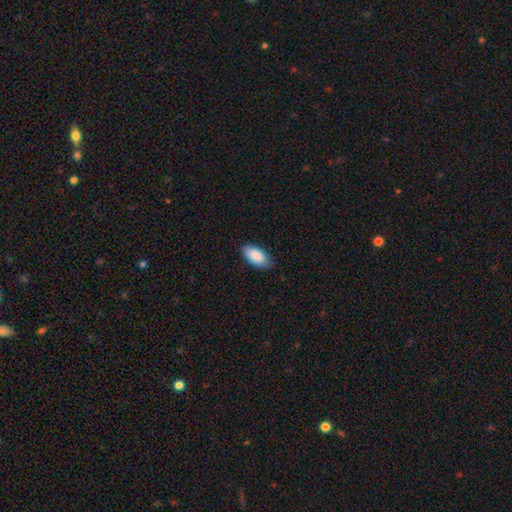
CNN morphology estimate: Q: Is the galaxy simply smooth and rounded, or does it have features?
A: smooth — 89%.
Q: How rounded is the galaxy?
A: in between — 94%.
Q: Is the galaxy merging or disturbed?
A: none — 83%.